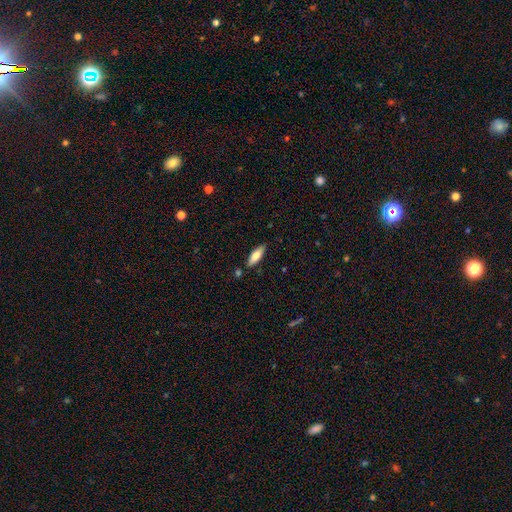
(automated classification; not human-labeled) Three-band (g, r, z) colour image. It shows a smooth galaxy with no disk features (71%) that is in between round and cigar-shaped (54%). Merging: none (83%).